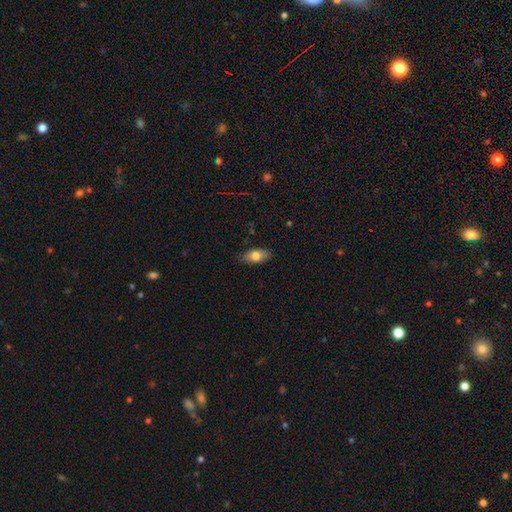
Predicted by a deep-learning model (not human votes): This appears to be a smooth galaxy with no disk features (74%) that is in between round and cigar-shaped (87%). Merging: none (83%).